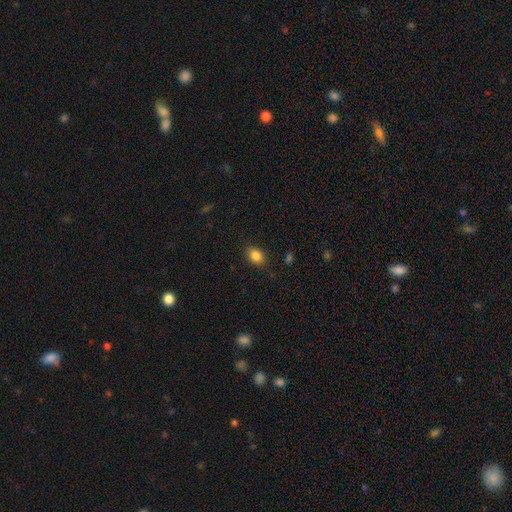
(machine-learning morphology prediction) smooth 85%, star or artifact 10%, featured or disk 5%. Down the decision tree: how rounded — in between (69%); merging — none (84%).